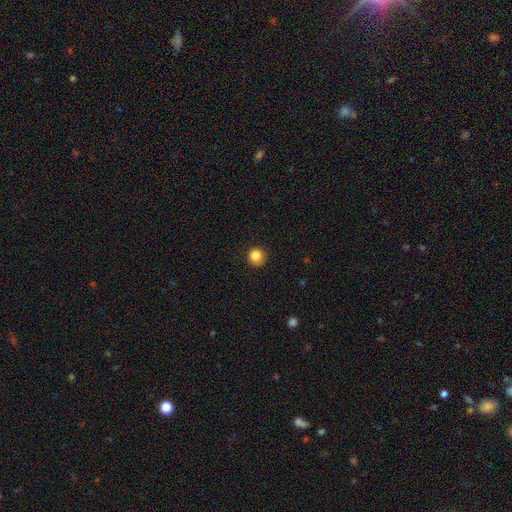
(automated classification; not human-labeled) This is clearly a smooth galaxy (85%). How rounded: clearly round (94%). Merging: clearly none (91%).